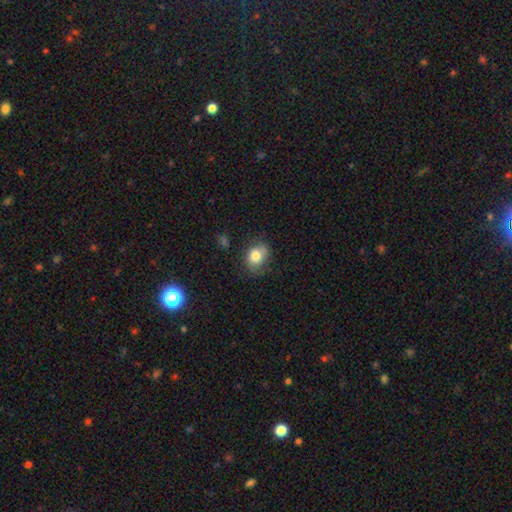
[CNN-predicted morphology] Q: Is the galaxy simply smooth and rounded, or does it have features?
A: smooth — 76%.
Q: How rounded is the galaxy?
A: in between — 55%.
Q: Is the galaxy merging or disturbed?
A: none — 64%.